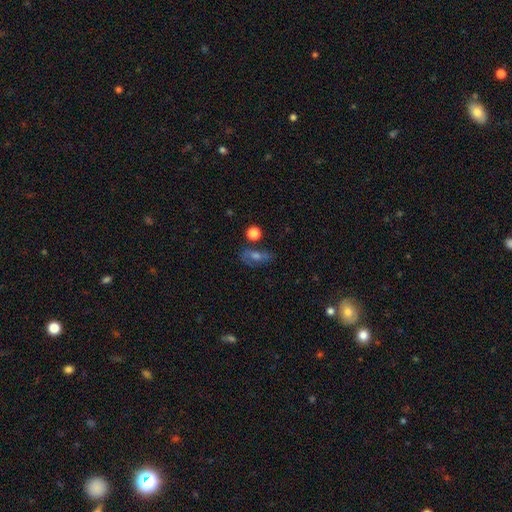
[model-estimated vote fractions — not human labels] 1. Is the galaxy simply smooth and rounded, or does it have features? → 49% featured or disk, 32% smooth, 18% star or artifact.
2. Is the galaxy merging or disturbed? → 65% none, 18% minor disturbance, 10% major disturbance, 7% merger.